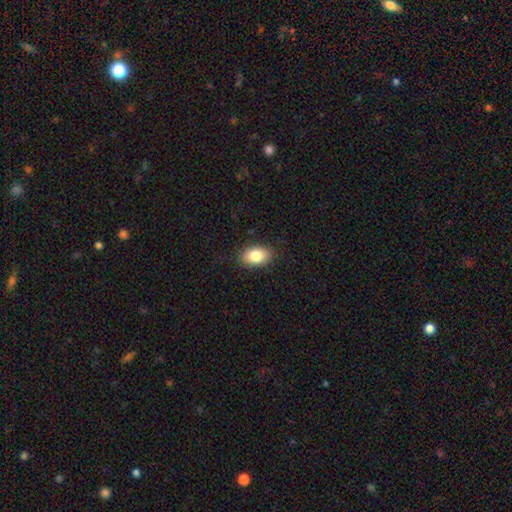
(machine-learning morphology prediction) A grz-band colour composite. It shows a smooth galaxy with no disk features (83%) that is in between round and cigar-shaped (90%). Merging: none (87%).